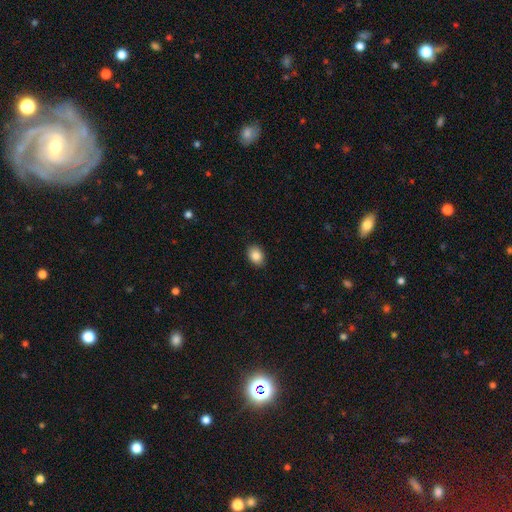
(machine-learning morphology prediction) Q: Smooth or featured?
A: smooth (87%); runner-up: star or artifact (8%)
Q: How rounded?
A: in between (72%); runner-up: round (27%)
Q: Merging?
A: none (89%); runner-up: minor disturbance (8%)